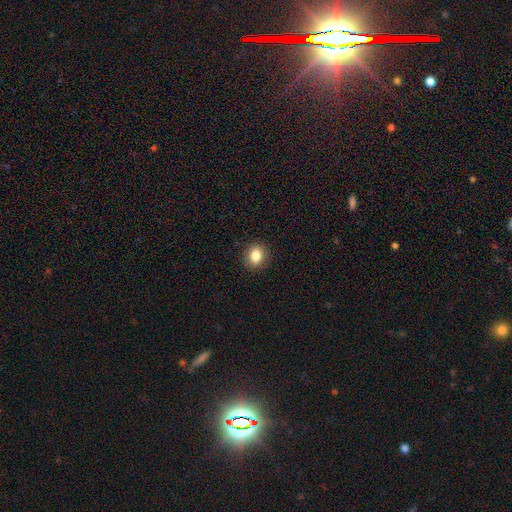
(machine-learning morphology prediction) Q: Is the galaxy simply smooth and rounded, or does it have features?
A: smooth — 84%.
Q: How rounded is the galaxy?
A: round — 58%.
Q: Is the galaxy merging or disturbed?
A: none — 90%.